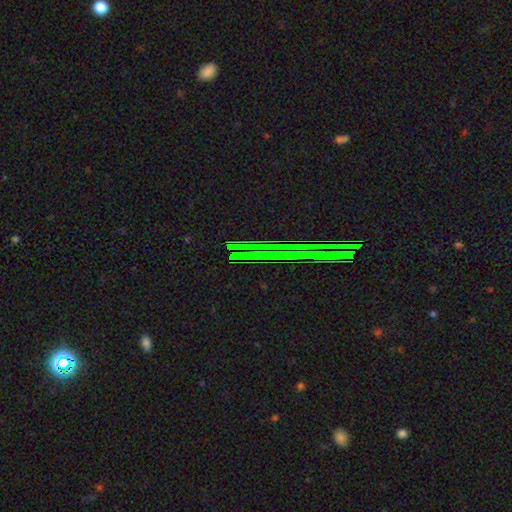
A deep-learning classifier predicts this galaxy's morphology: Smooth or featured? Predicted: star or artifact (p=0.69).